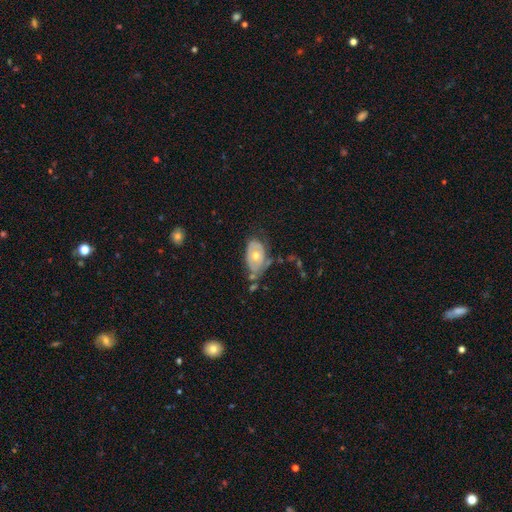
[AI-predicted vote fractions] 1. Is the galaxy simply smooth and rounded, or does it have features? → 53% featured or disk, 40% smooth, 8% star or artifact.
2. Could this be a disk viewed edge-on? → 91% no, 9% yes.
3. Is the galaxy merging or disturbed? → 47% none, 31% minor disturbance, 12% major disturbance, 9% merger.